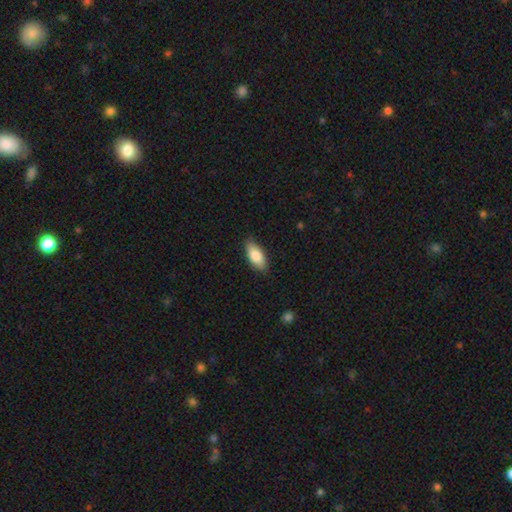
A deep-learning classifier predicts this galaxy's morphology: A smooth galaxy with no disk features (83%) that is in between round and cigar-shaped (87%). Merging: none (83%).